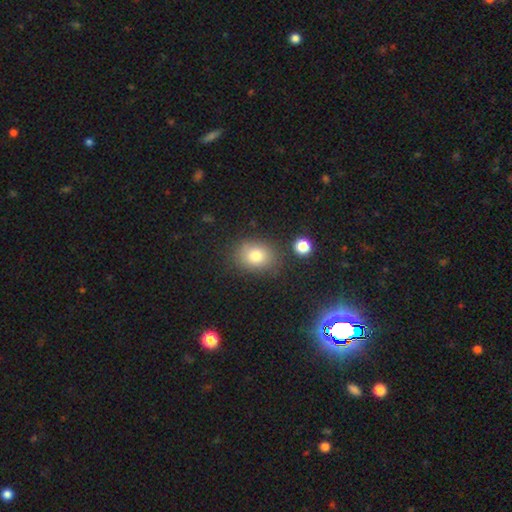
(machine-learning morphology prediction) A smooth galaxy with no disk features (79%) that is in between round and cigar-shaped (52%). Merging: none (78%).